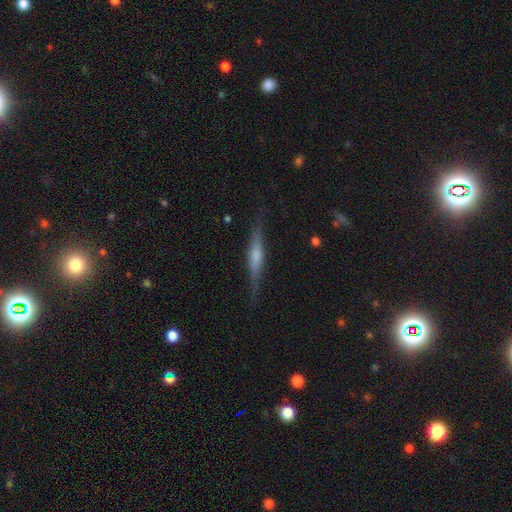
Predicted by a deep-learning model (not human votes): This appears to be a featured or disk galaxy (63%) viewed edge-on (96%) with a rounded central bulge (58%). Merging: none (83%).